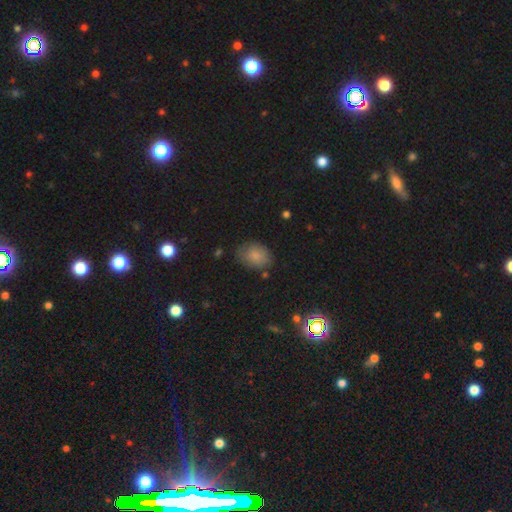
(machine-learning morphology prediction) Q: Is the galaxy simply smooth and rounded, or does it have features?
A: smooth — 82%.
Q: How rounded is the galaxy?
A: in between — 72%.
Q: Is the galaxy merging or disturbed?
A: none — 72%.